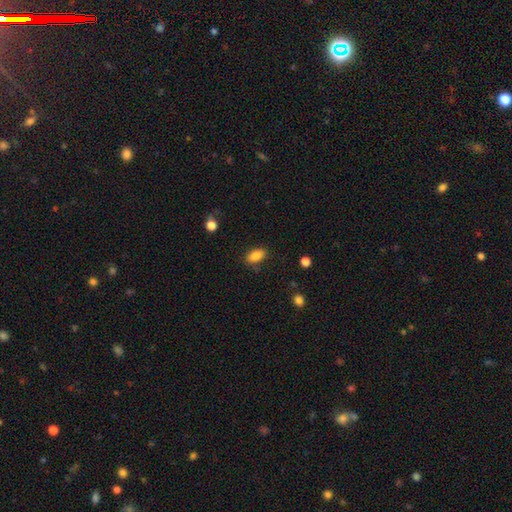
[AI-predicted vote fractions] Smooth or featured? Predicted: smooth (p=0.86). How rounded? Predicted: in between (p=0.90). Merging? Predicted: none (p=0.81).